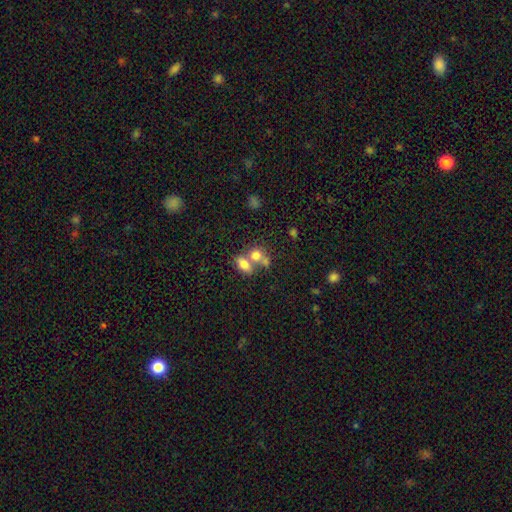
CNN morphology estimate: Overall: smooth (75%). How rounded: in between (58%; round 39%). Merging: merger (56%; none 32%).